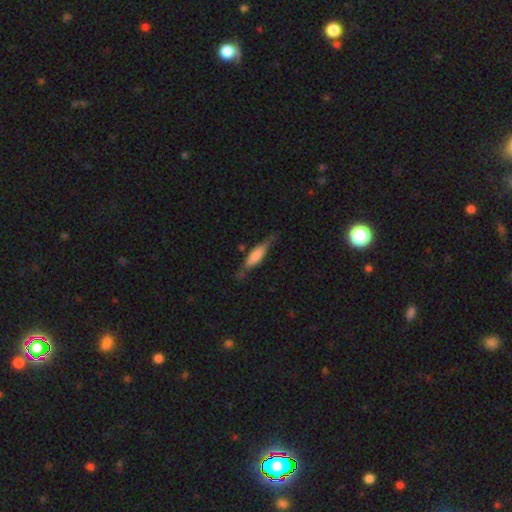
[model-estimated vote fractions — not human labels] smooth_or_featured: smooth (p=0.61) [alt: featured or disk p=0.33]
how_rounded: cigar-shaped (p=0.63) [alt: in between p=0.35]
merging: none (p=0.67) [alt: minor disturbance p=0.23]